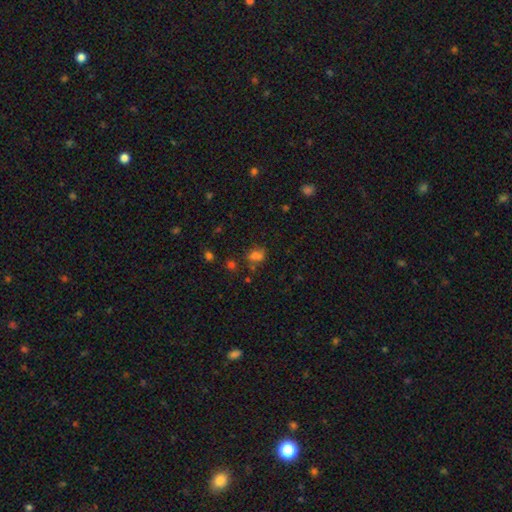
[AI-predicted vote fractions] Overall: smooth (62%; star or artifact 27%). How rounded: in between (60%; round 38%). Merging: none (50%; merger 20%).